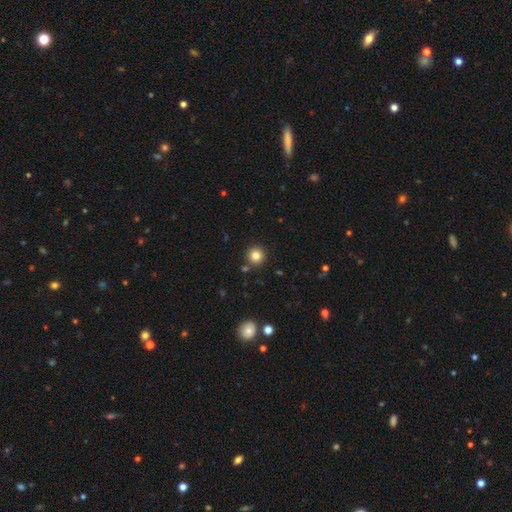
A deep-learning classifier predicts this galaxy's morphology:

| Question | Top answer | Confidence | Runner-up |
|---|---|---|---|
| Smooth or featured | smooth | 82% | star or artifact (12%) |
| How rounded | round | 95% | in between (4%) |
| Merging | none | 87% | minor disturbance (6%) |